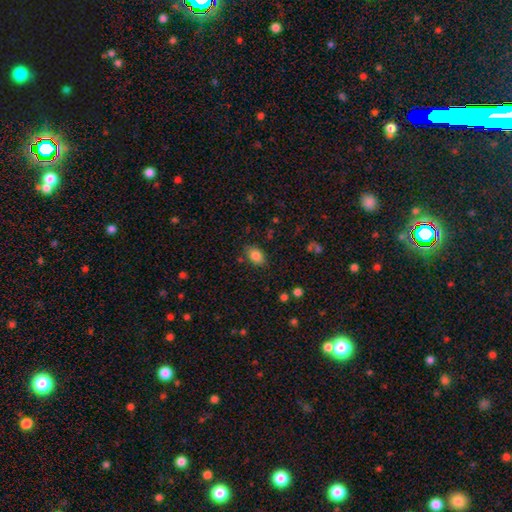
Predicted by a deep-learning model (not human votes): This appears to be a smooth galaxy with no disk features (84%) that is in between round and cigar-shaped (84%). Merging: none (79%).